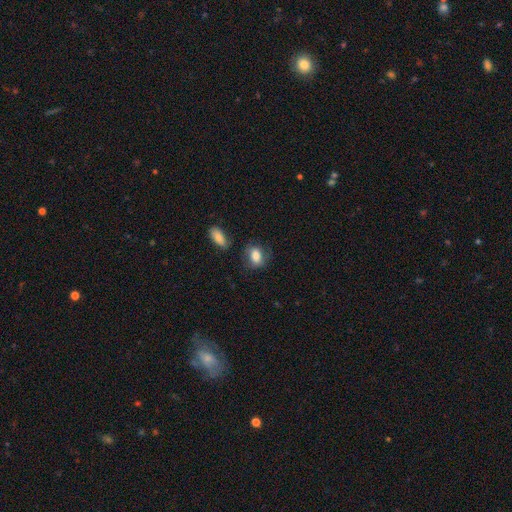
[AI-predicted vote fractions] A smooth galaxy with no disk features (79%) that is in between round and cigar-shaped (73%).

Vote fractions:
- Smooth or featured? smooth: 79% / featured or disk: 13% / star or artifact: 7%
- How rounded? in between: 73% / round: 25% / cigar-shaped: 2%
- Merging? none: 63% / minor disturbance: 22% / major disturbance: 10% / merger: 5%